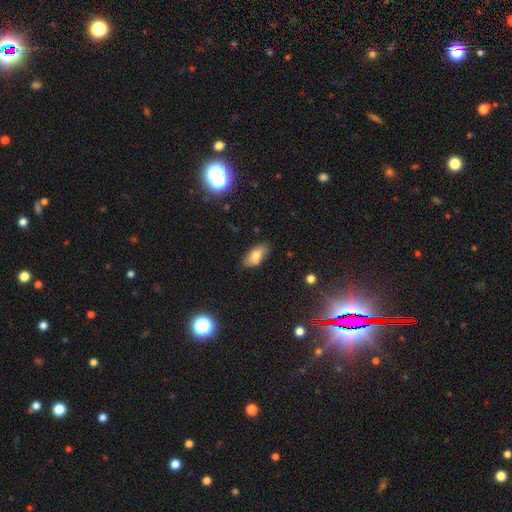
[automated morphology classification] A smooth galaxy with no disk features (72%) that is in between round and cigar-shaped (88%). Merging: none (75%).